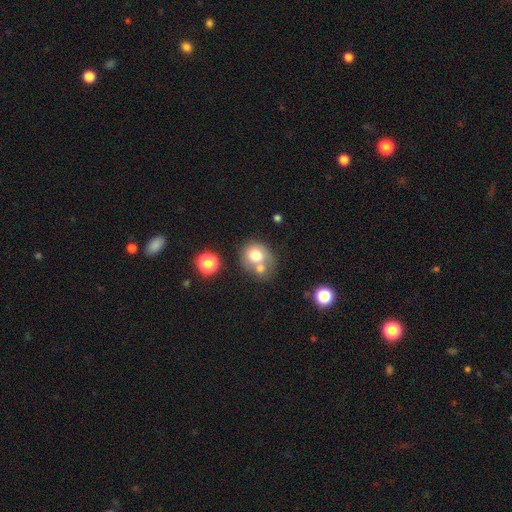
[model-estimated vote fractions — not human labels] This is likely a smooth galaxy (72%). How rounded: likely round (73%). Merging: possibly merger (46%).